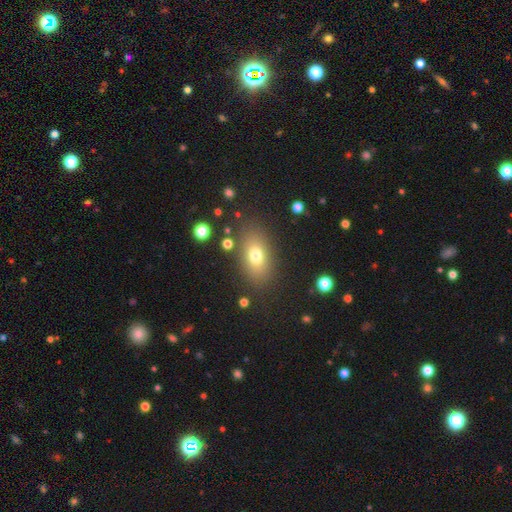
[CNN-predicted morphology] A smooth galaxy with no disk features (72%) that is in between round and cigar-shaped (81%).

Vote fractions:
- Smooth or featured? smooth: 72% / featured or disk: 15% / star or artifact: 13%
- How rounded? in between: 81% / round: 15% / cigar-shaped: 4%
- Merging? none: 83% / minor disturbance: 10% / major disturbance: 5% / merger: 3%